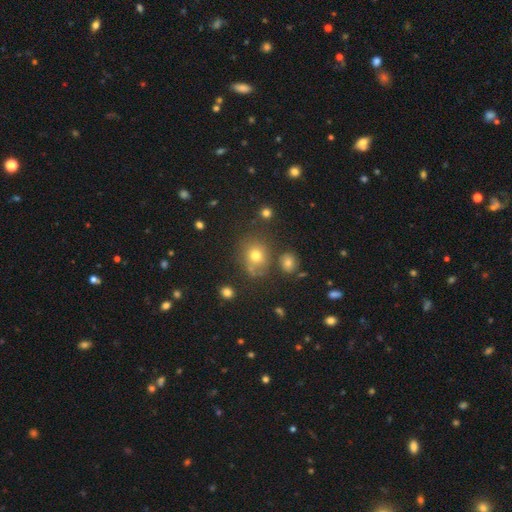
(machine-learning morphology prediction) Q: Smooth or featured?
A: smooth (70%); runner-up: star or artifact (18%)
Q: How rounded?
A: round (68%); runner-up: in between (31%)
Q: Merging?
A: none (64%); runner-up: minor disturbance (18%)